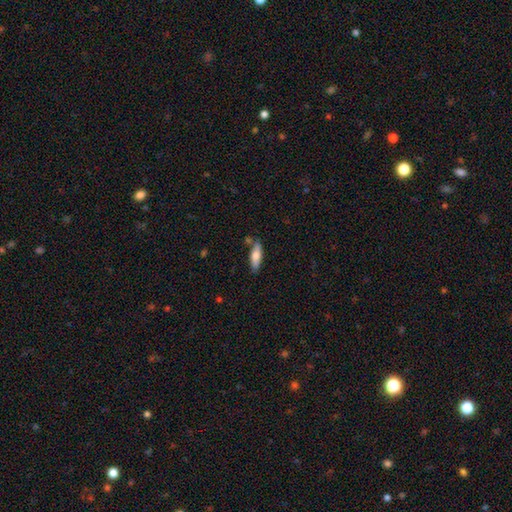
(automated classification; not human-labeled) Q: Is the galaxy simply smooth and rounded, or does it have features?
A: smooth — 71%.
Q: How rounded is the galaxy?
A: in between — 52%.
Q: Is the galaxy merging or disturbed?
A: none — 76%.